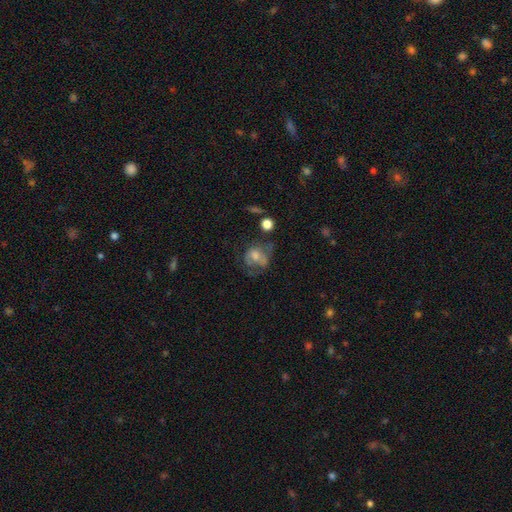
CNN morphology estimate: smooth 51%, featured or disk 37%, star or artifact 11%. Down the decision tree: how rounded — round (54%); merging — major disturbance (35%).